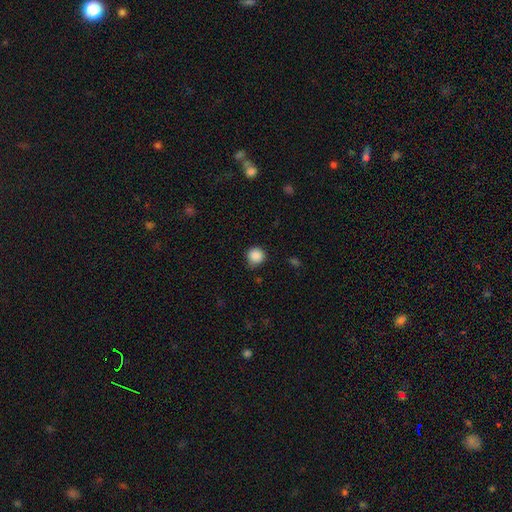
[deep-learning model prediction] A smooth galaxy with no disk features (88%) that is round (93%). Merging: none (82%).